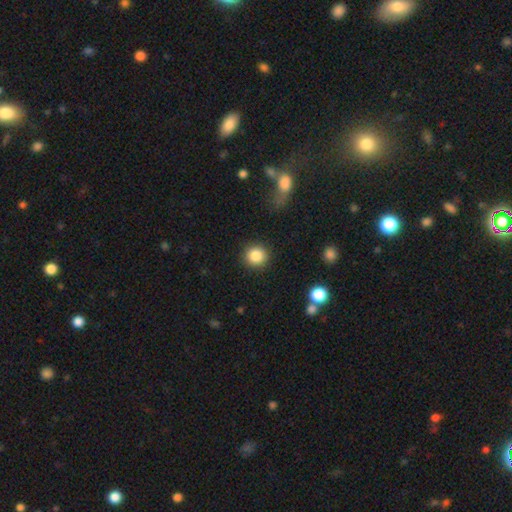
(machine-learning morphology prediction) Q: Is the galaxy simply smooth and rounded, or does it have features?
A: smooth — 86%.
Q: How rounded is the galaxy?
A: round — 91%.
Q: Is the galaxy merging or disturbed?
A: none — 89%.